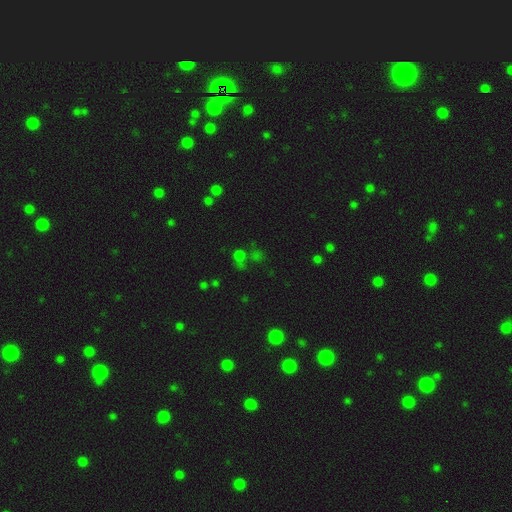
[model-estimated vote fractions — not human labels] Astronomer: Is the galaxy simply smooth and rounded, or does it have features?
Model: star or artifact — 49% (runner-up: smooth, 39%).